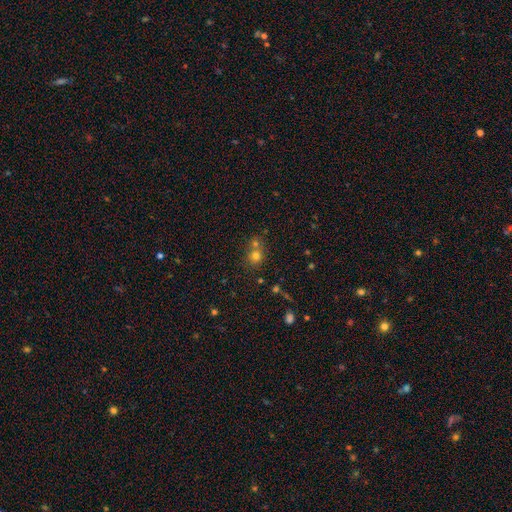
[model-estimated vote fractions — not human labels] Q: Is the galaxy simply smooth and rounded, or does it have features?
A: smooth — 72%.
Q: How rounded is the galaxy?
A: round — 80%.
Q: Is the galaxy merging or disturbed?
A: none — 51%.